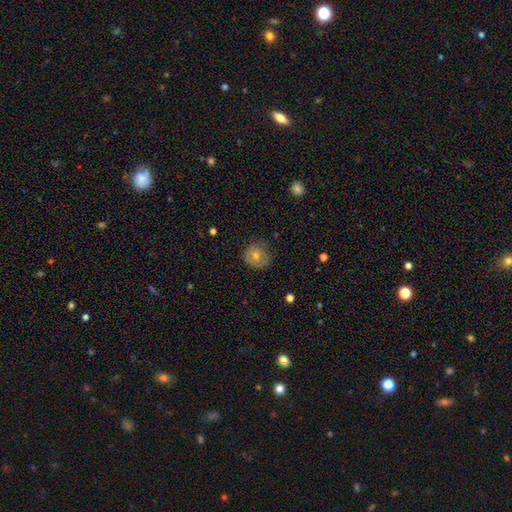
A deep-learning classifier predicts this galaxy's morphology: Q: Smooth or featured?
A: smooth (59%); runner-up: featured or disk (29%)
Q: How rounded?
A: round (90%); runner-up: in between (9%)
Q: Merging?
A: none (76%); runner-up: minor disturbance (18%)